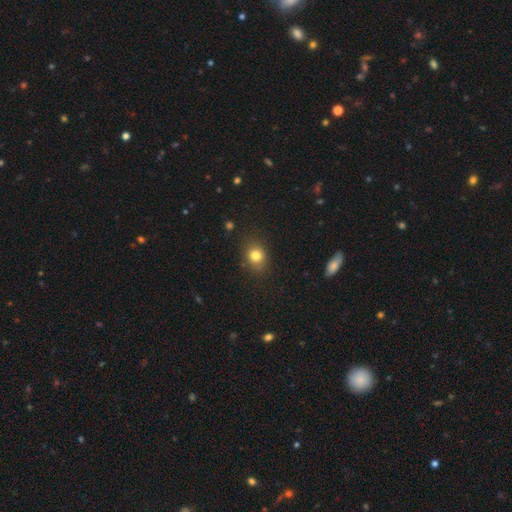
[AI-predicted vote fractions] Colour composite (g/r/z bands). It shows a smooth galaxy with no disk features (81%) that is round (66%). Merging: none (81%).